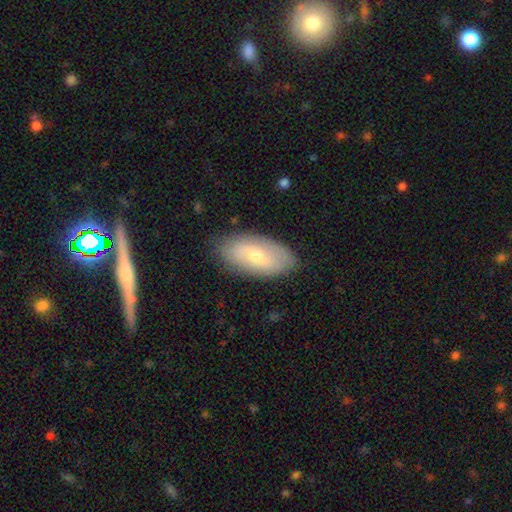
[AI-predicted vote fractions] Smooth or featured?
  - smooth: 52% *
  - featured or disk: 41%
  - star or artifact: 7%
How rounded?
  - in between: 91% *
  - cigar-shaped: 5%
  - round: 4%
Merging?
  - none: 83% *
  - minor disturbance: 13%
  - major disturbance: 3%
  - merger: 1%